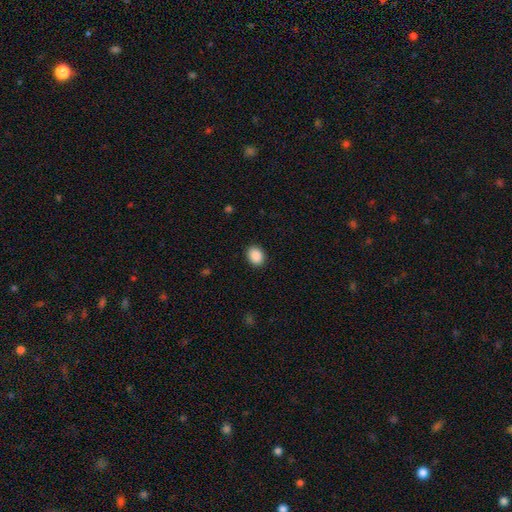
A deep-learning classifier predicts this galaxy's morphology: smooth 90%, star or artifact 8%, featured or disk 2%. Down the decision tree: how rounded — in between (59%); merging — none (90%).